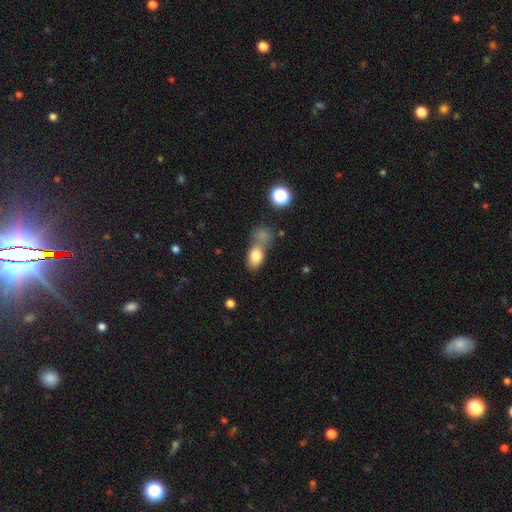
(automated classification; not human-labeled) Smooth or featured? Predicted: smooth (p=0.79). How rounded? Predicted: in between (p=0.79). Merging? Predicted: merger (p=0.44).